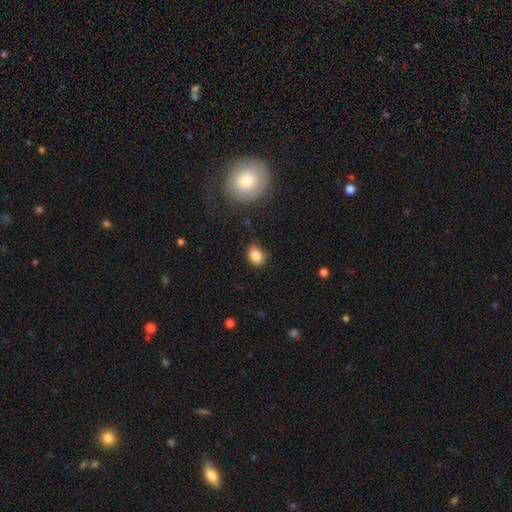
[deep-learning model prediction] A smooth galaxy with no disk features (84%) that is in between round and cigar-shaped (67%).

Vote fractions:
- Smooth or featured? smooth: 84% / star or artifact: 10% / featured or disk: 6%
- How rounded? in between: 67% / round: 32% / cigar-shaped: 1%
- Merging? none: 66% / minor disturbance: 26% / major disturbance: 6% / merger: 3%